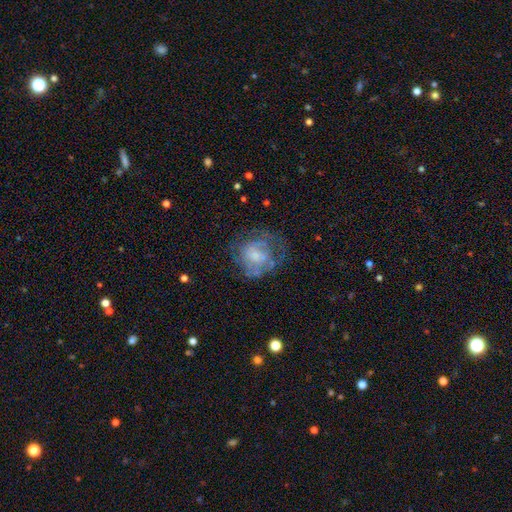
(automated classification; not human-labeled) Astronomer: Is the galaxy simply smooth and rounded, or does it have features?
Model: featured or disk — 52% (runner-up: smooth, 38%).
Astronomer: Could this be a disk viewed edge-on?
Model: no — 97%.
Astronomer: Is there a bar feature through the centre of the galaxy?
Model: no — 78%.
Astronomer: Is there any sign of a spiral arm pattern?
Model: no — 56% (runner-up: yes, 44%).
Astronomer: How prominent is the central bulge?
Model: small — 40% (runner-up: moderate, 33%).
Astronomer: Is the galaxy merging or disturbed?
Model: none — 49% (runner-up: major disturbance, 27%).